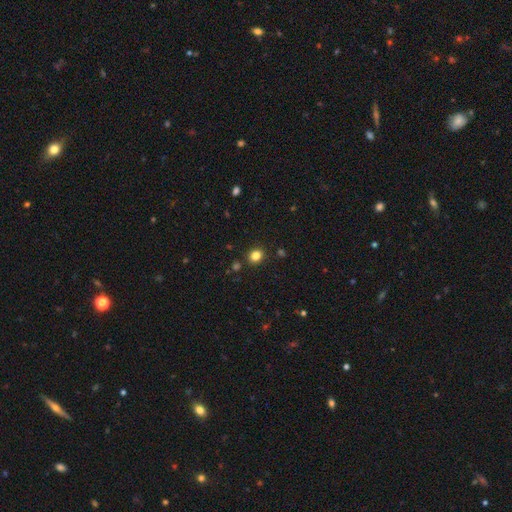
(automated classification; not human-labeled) smooth 83%, star or artifact 13%, featured or disk 5%. Down the decision tree: how rounded — round (69%); merging — none (89%).